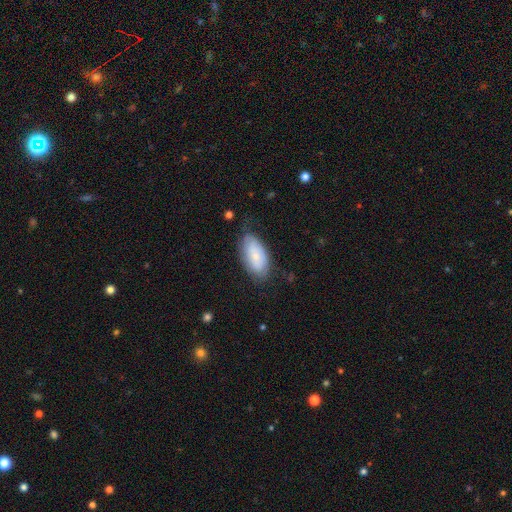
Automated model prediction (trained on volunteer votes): Smooth or featured? smooth (67%)
How rounded? in between (94%)
Merging? none (67%)